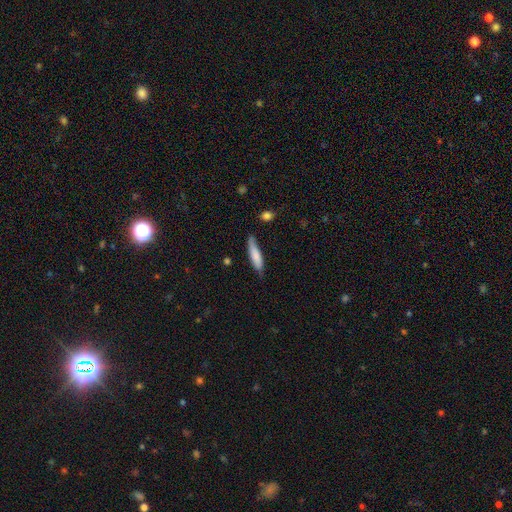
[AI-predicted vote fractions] Smooth or featured: smooth — 79% (featured or disk — 15%)
How rounded: cigar-shaped — 74% (in between — 24%)
Merging: none — 67% (minor disturbance — 26%)